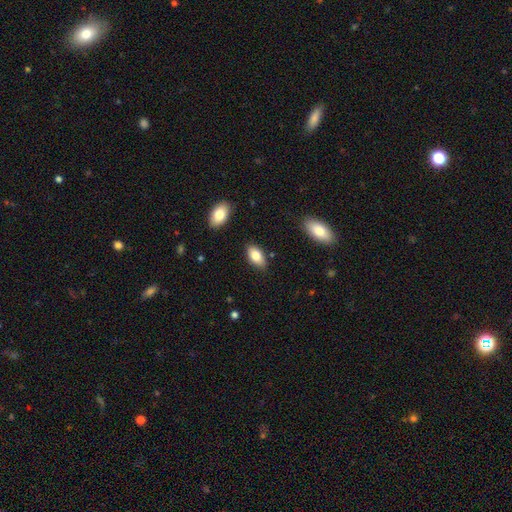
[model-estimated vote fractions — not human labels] Smooth or featured? Predicted: smooth (p=0.83). How rounded? Predicted: in between (p=0.93). Merging? Predicted: none (p=0.84).